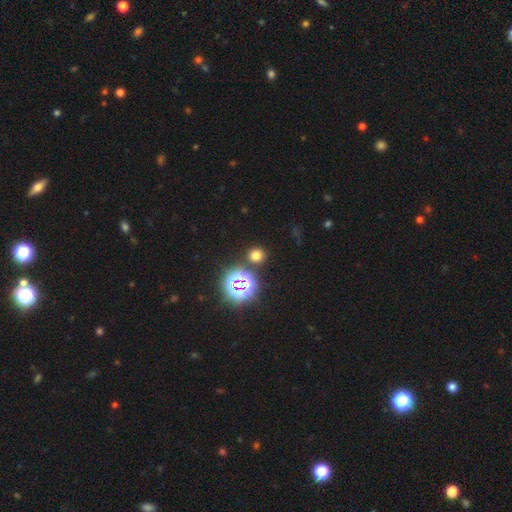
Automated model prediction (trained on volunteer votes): The model was most divided on "smooth or featured": smooth: 65%, star or artifact: 29%, featured or disk: 6%. More confident: how rounded — round (88%); merging — none (86%).